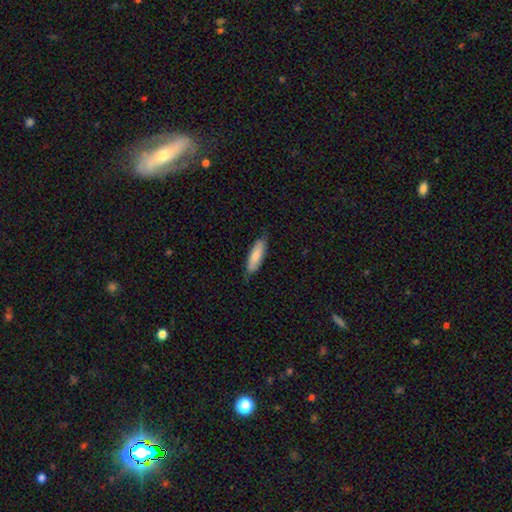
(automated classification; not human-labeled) The model was most divided on "how rounded": cigar-shaped: 53%, in between: 46%, round: 1%. More confident: smooth or featured — smooth (79%); merging — none (77%).